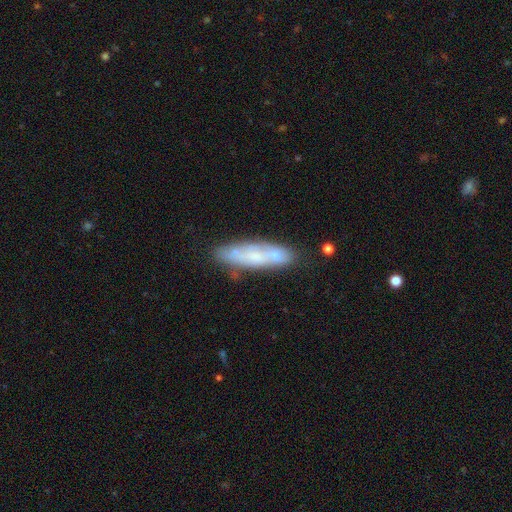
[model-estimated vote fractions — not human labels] Smooth or featured? smooth (47%)
Merging? none (64%)